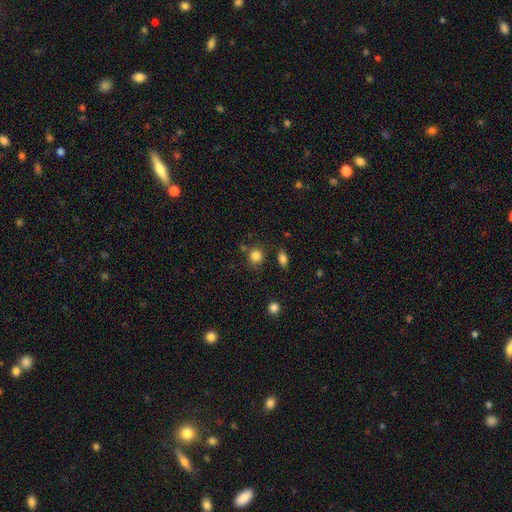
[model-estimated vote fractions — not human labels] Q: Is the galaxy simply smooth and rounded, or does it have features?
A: smooth — 83%.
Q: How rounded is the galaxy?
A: round — 84%.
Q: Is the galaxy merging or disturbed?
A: none — 76%.